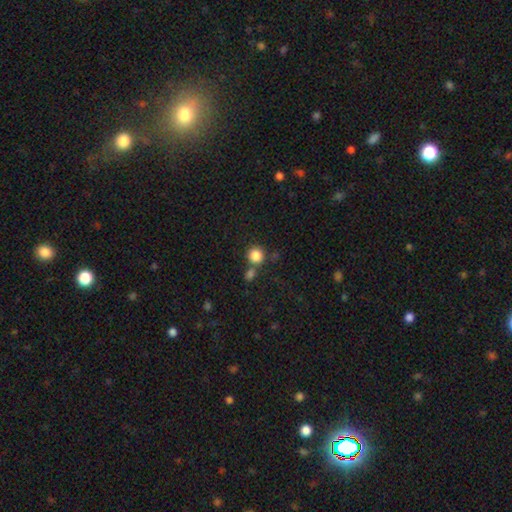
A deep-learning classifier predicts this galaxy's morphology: Smooth or featured? smooth (85%)
How rounded? round (91%)
Merging? none (67%)